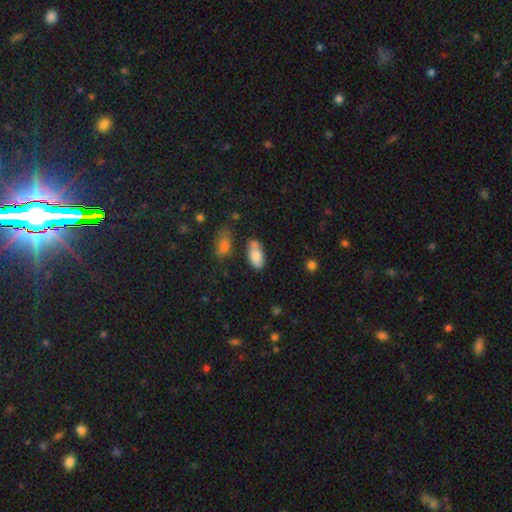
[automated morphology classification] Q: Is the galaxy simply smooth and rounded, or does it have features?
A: smooth — 78%.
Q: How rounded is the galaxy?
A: in between — 92%.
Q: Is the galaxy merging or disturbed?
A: none — 58%.